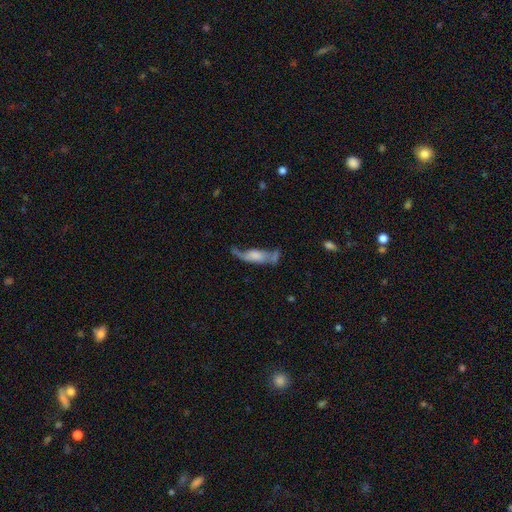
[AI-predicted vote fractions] Smooth or featured?
  - featured or disk: 52% *
  - smooth: 40%
  - star or artifact: 8%
Edge-on disk?
  - no: 64% *
  - yes: 36%
Merging?
  - none: 35% *
  - minor disturbance: 26%
  - major disturbance: 25%
  - merger: 14%